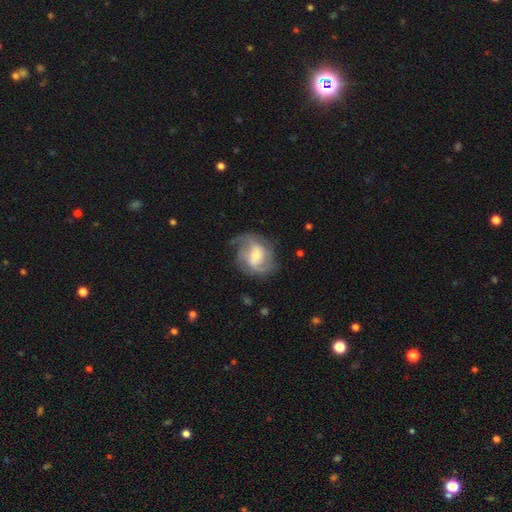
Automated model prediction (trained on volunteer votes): Overall: featured or disk (71%). Edge-on disk: no (97%). Bar: weak (46%; no 37%). Spiral arms: yes (90%). Spiral arm count: 2 (55%; can't tell 18%). Spiral winding: medium (46%; loose 27%). Bulge size: moderate (40%; small 39%). Merging: none (62%).